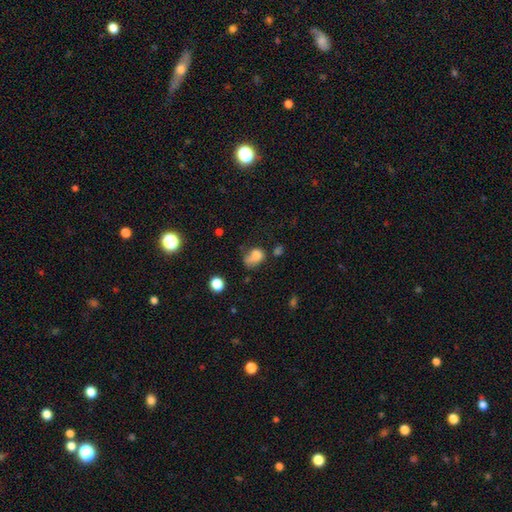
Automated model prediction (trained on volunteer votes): Smooth or featured? Predicted: smooth (p=0.70). How rounded? Predicted: in between (p=0.67). Merging? Predicted: major disturbance (p=0.29).